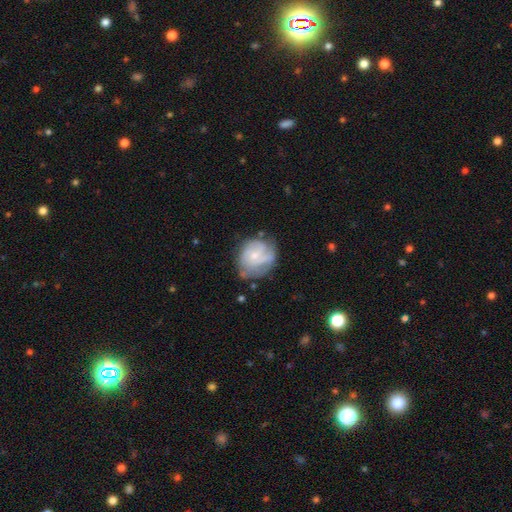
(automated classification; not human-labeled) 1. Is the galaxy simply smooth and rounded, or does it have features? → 57% featured or disk, 36% smooth, 7% star or artifact.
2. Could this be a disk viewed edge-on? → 98% no, 2% yes.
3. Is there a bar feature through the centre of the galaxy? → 74% no, 23% weak, 3% strong.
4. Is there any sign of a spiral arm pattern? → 70% yes, 30% no.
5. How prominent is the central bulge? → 63% small, 27% moderate, 7% none, 2% large, 1% dominant.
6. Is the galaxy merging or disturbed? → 53% none, 27% minor disturbance, 16% major disturbance, 4% merger.